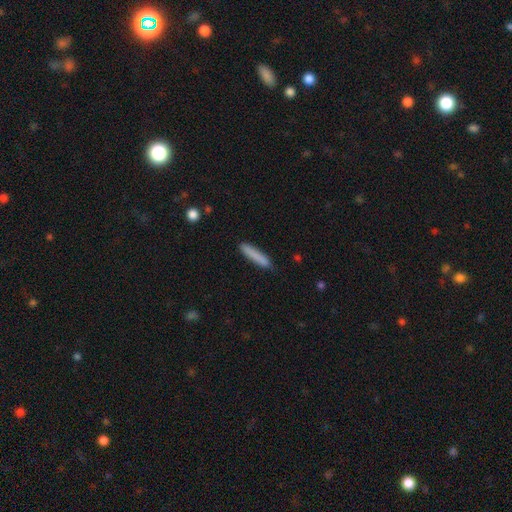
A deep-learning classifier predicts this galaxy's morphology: Overall: smooth (84%). How rounded: cigar-shaped (91%). Merging: none (87%).